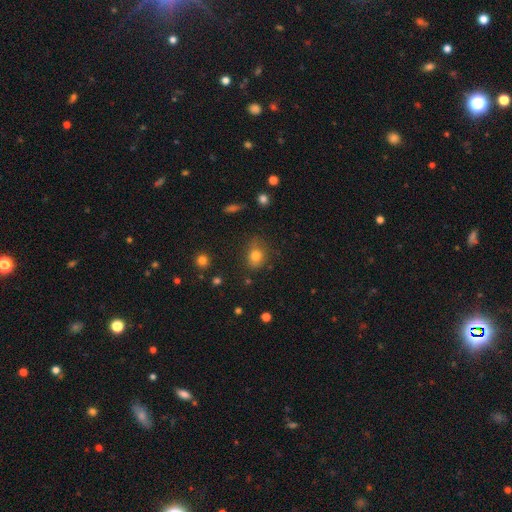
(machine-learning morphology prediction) Q: Smooth or featured?
A: smooth (77%); runner-up: star or artifact (13%)
Q: How rounded?
A: in between (50%); runner-up: round (49%)
Q: Merging?
A: none (70%); runner-up: minor disturbance (21%)